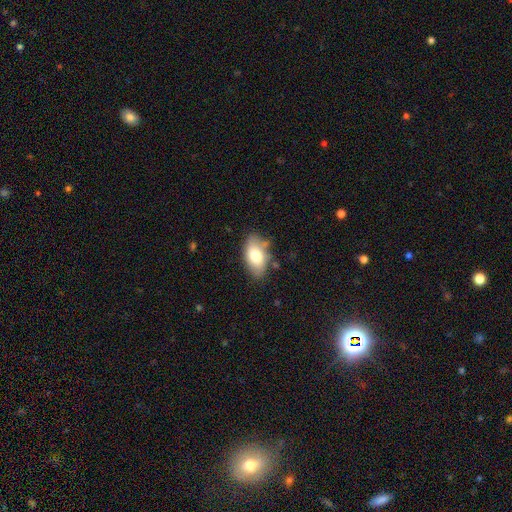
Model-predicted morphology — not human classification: A smooth galaxy with no disk features (76%) that is in between round and cigar-shaped (92%).

Vote fractions:
- Smooth or featured? smooth: 76% / featured or disk: 17% / star or artifact: 7%
- How rounded? in between: 92% / round: 5% / cigar-shaped: 2%
- Merging? none: 72% / minor disturbance: 20% / major disturbance: 4% / merger: 3%